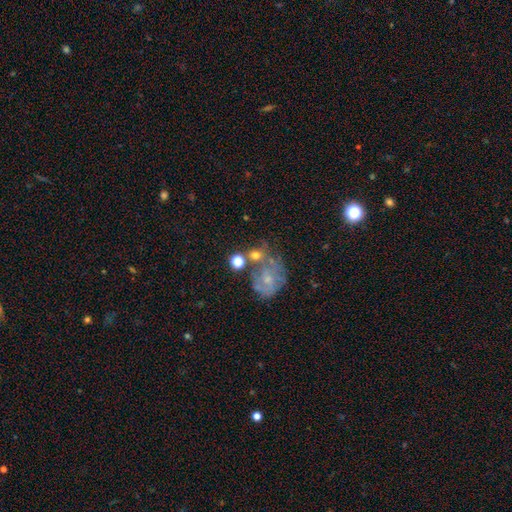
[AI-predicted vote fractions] smooth_or_featured: smooth (p=0.47) [alt: featured or disk p=0.37]
merging: none (p=0.40) [alt: merger p=0.26]